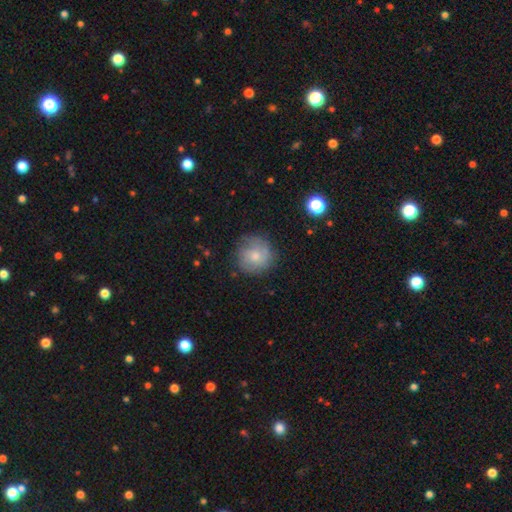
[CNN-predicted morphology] smooth_or_featured: smooth (p=0.55) [alt: featured or disk p=0.36]
how_rounded: round (p=0.91) [alt: in between p=0.08]
merging: none (p=0.73) [alt: minor disturbance p=0.19]